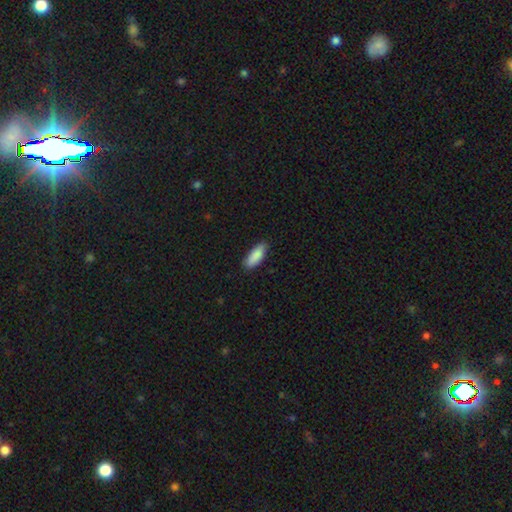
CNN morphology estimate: type=smooth (89%); roundness=in between (75%); merging=none (84%).